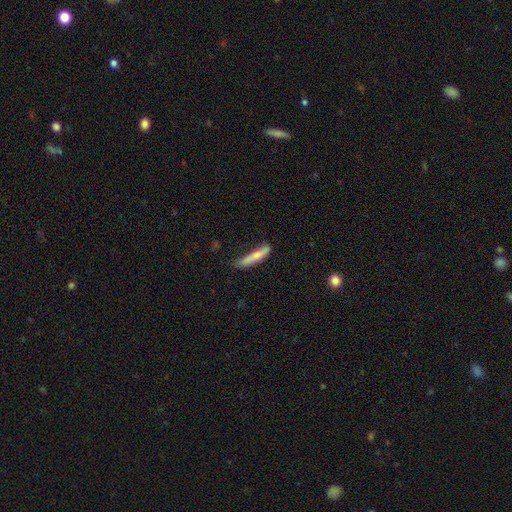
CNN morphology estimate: smooth 72%, featured or disk 22%, star or artifact 6%. Down the decision tree: how rounded — cigar-shaped (89%); merging — none (59%).